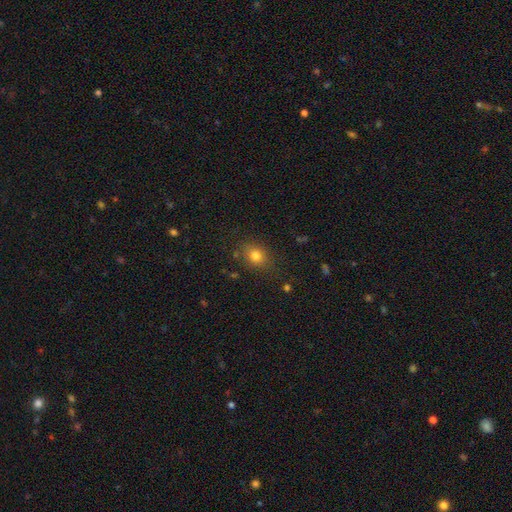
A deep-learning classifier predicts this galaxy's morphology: Q: Smooth or featured?
A: smooth (78%); runner-up: star or artifact (14%)
Q: How rounded?
A: round (54%); runner-up: in between (44%)
Q: Merging?
A: none (80%); runner-up: minor disturbance (13%)